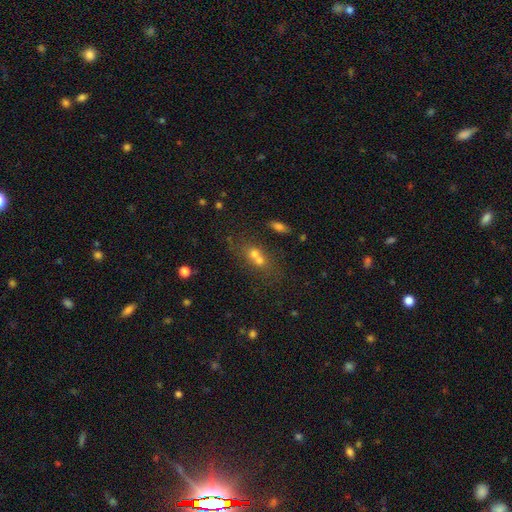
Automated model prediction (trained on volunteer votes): A smooth galaxy with no disk features (56%) that is round (53%). Merging: merger (57%).